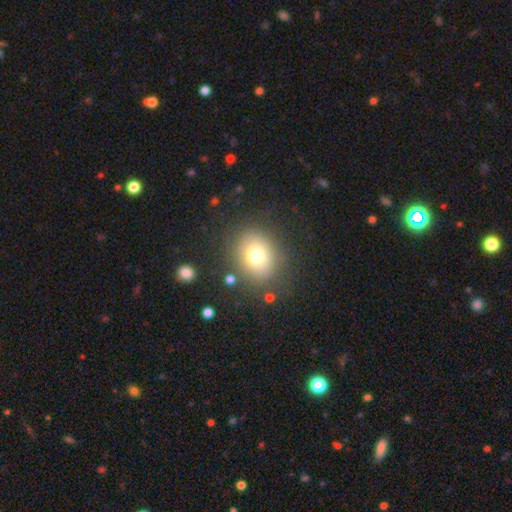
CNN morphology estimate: This is likely a smooth galaxy (73%). How rounded: likely round (65%). Merging: clearly none (81%).